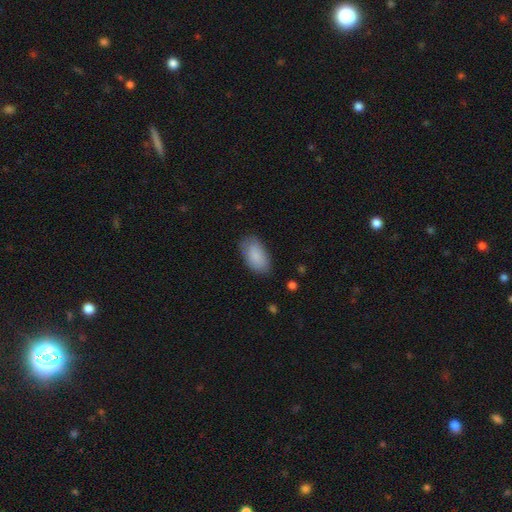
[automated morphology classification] Smooth or featured: smooth — 87% (featured or disk — 7%)
How rounded: in between — 94% (cigar-shaped — 3%)
Merging: none — 77% (minor disturbance — 18%)